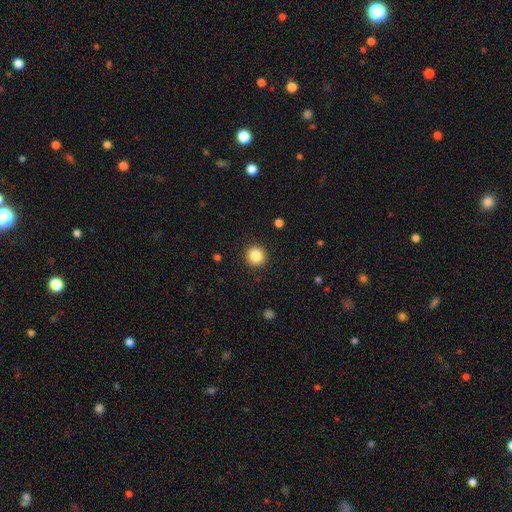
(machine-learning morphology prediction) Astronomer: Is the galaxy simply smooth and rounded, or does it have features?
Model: smooth — 85%.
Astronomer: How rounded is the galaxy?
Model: round — 93%.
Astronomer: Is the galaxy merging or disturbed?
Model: none — 92%.